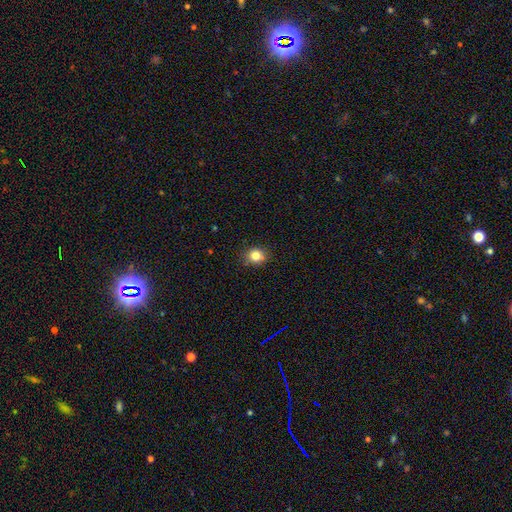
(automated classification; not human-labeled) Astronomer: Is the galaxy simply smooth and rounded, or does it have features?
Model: smooth — 82%.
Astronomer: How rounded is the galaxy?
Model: round — 71%.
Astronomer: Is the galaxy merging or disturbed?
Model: none — 84%.